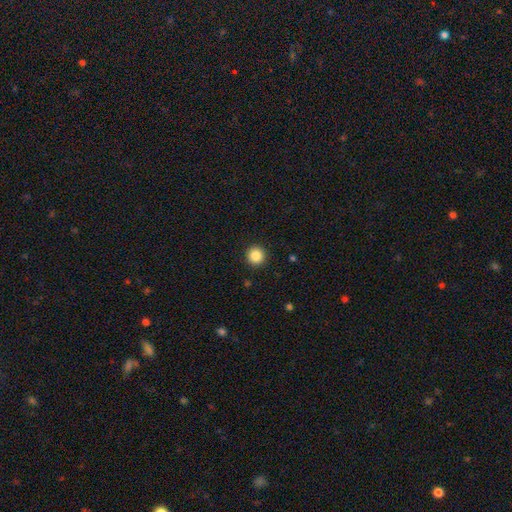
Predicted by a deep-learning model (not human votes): A smooth galaxy with no disk features (87%) that is round (95%). Merging: none (92%).